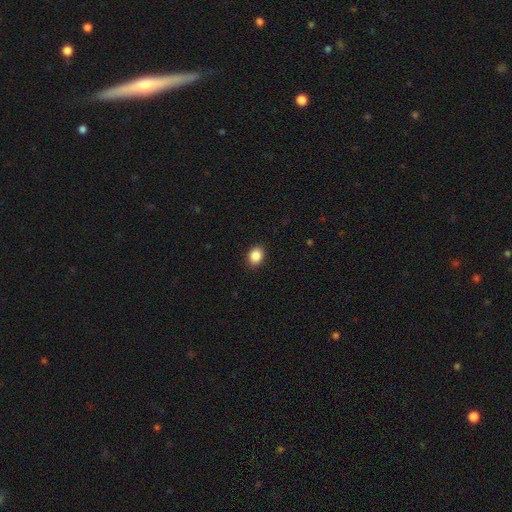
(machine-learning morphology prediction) The model was most divided on "how rounded": in between: 59%, round: 40%, cigar-shaped: 1%. More confident: merging — none (90%); smooth or featured — smooth (88%).